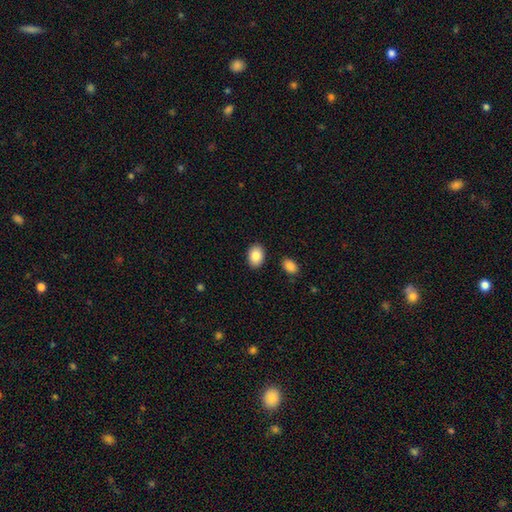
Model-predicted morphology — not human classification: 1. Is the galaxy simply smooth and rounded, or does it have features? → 86% smooth, 7% star or artifact, 7% featured or disk.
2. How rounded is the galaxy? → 83% in between, 16% round, 1% cigar-shaped.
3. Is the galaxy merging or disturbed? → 88% none, 8% minor disturbance, 3% merger, 2% major disturbance.